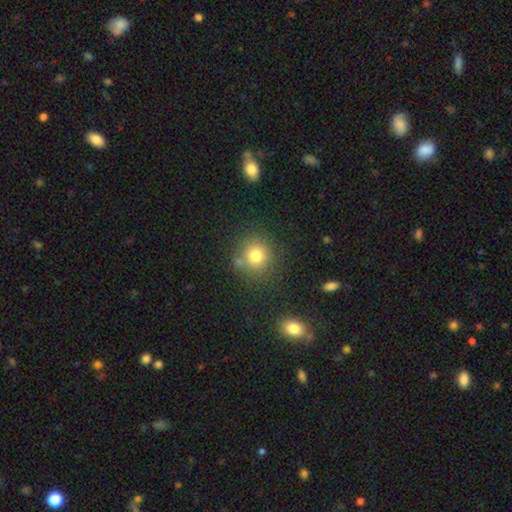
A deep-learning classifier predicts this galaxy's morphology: A smooth galaxy with no disk features (77%) that is round (89%). Merging: none (77%).